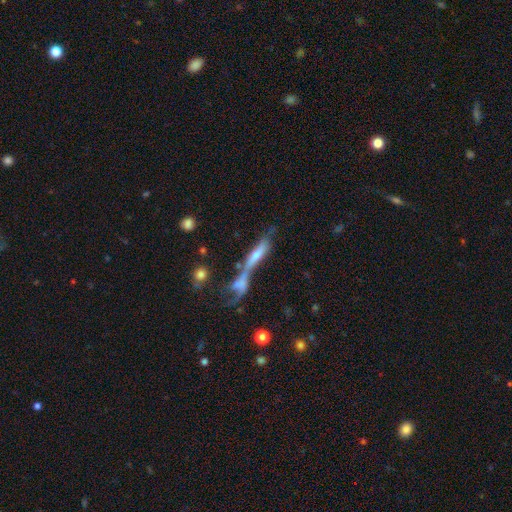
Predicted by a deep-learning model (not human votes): Overall: featured or disk (47%; smooth 41%). Merging: merger (54%; none 25%).